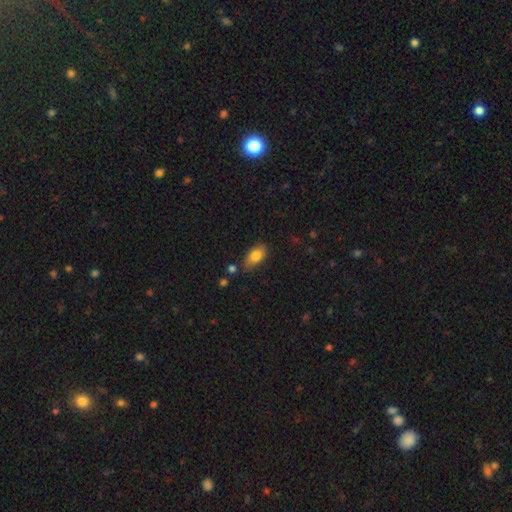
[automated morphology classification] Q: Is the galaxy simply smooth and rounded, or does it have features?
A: smooth — 80%.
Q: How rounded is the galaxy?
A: in between — 89%.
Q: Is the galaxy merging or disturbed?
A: none — 79%.